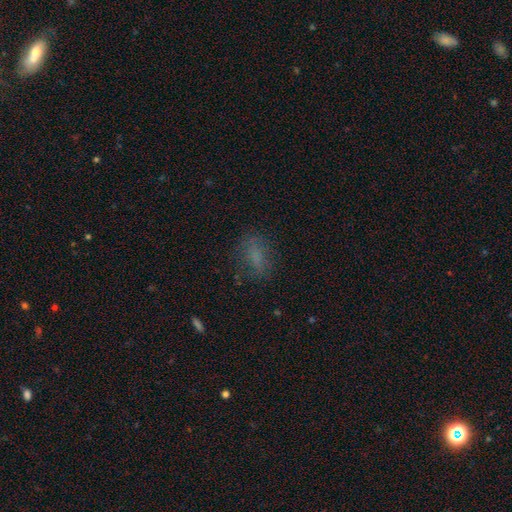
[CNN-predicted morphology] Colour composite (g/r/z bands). It shows a smooth galaxy with no disk features (67%) that is in between round and cigar-shaped (76%). Merging: none (69%).